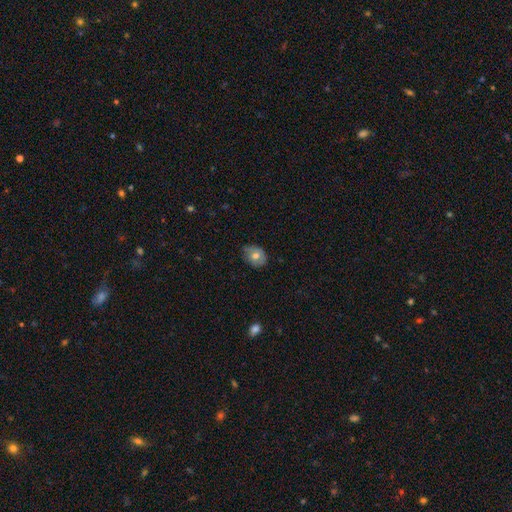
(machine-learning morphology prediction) A smooth galaxy with no disk features (69%) that is round (50%). Merging: none (66%).